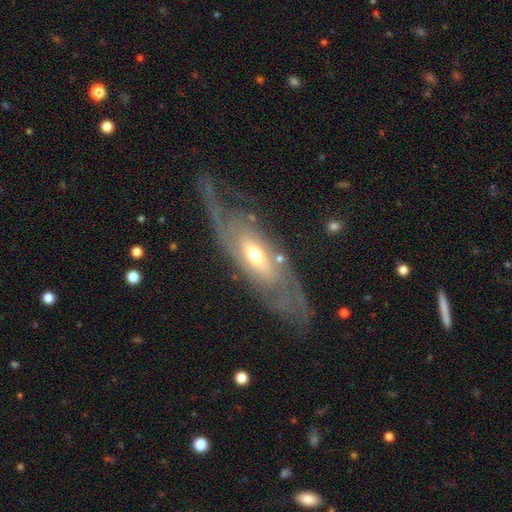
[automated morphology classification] Overall: featured or disk (80%). Edge-on disk: no (83%). Bar: no (66%). Spiral arms: yes (82%). Spiral arm count: 2 (50%; can't tell 31%). Spiral winding: tight (42%; medium 34%). Bulge size: moderate (64%; small 25%). Merging: none (58%; minor disturbance 20%).